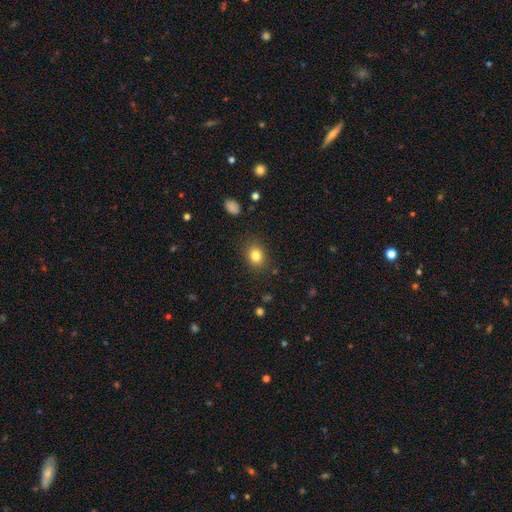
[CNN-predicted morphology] This appears to be a smooth galaxy with no disk features (82%) that is in between round and cigar-shaped (54%). Merging: none (85%).